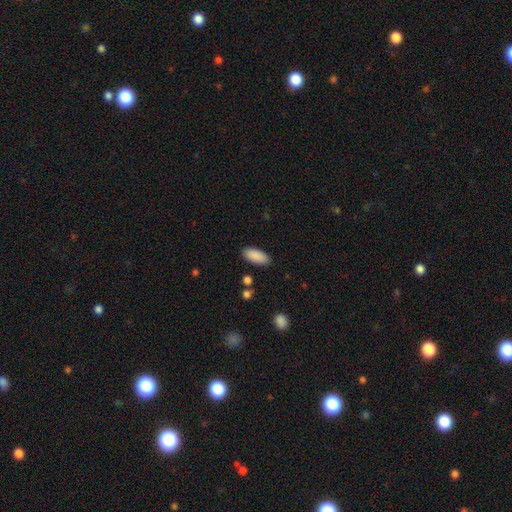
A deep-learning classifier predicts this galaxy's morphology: A smooth galaxy with no disk features (90%) that is in between round and cigar-shaped (87%). Merging: none (87%).